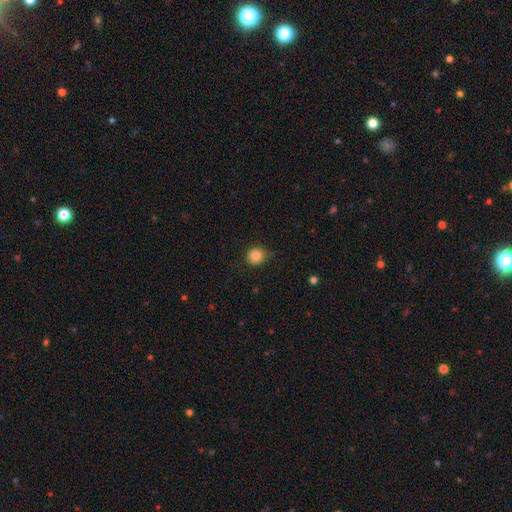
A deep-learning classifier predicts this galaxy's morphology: smooth_or_featured: smooth (p=0.86) [alt: star or artifact p=0.10]
how_rounded: round (p=0.89) [alt: in between p=0.10]
merging: none (p=0.84) [alt: minor disturbance p=0.12]